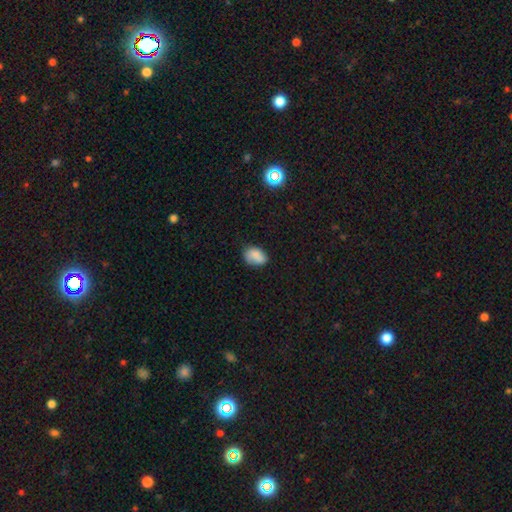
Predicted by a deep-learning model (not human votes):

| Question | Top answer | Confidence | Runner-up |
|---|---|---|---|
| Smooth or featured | smooth | 81% | featured or disk (10%) |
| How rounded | in between | 78% | round (21%) |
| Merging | none | 63% | minor disturbance (27%) |